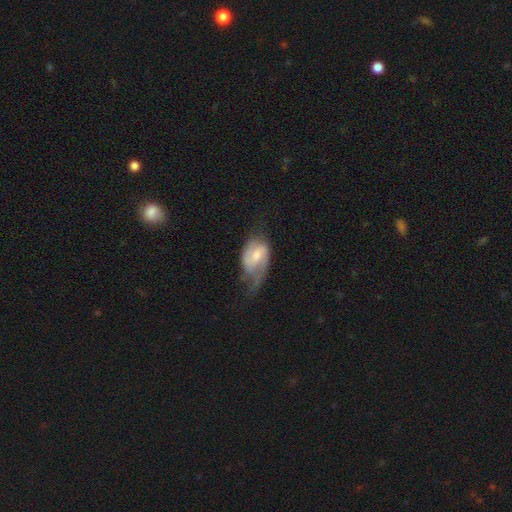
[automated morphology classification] type=featured or disk (62%); edge-on=no (95%); bar=no (45%, tied with weak); spiral arms=yes (83%); bulge=moderate (50%); merging=major disturbance (39%).